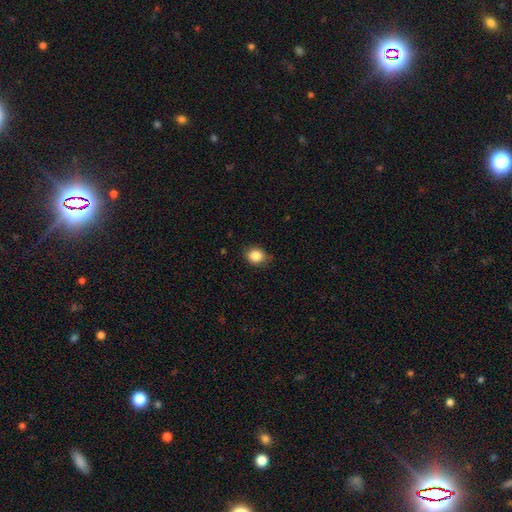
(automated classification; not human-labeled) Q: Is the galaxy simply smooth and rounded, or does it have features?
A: smooth — 86%.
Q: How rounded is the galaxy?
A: round — 69%.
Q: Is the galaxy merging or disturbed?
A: none — 78%.